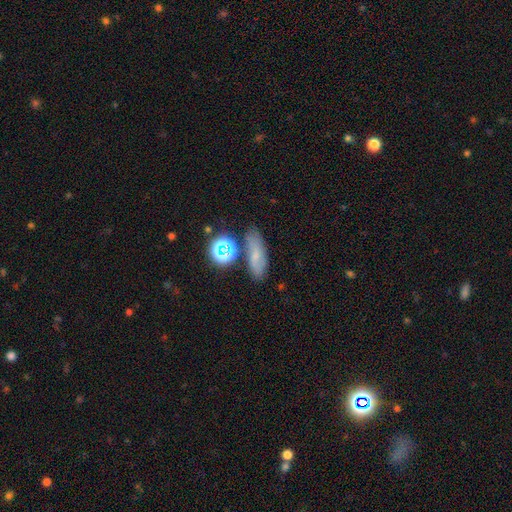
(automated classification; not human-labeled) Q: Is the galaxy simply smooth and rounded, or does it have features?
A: smooth — 53%.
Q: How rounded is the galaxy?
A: in between — 54%.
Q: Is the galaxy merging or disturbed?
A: none — 70%.